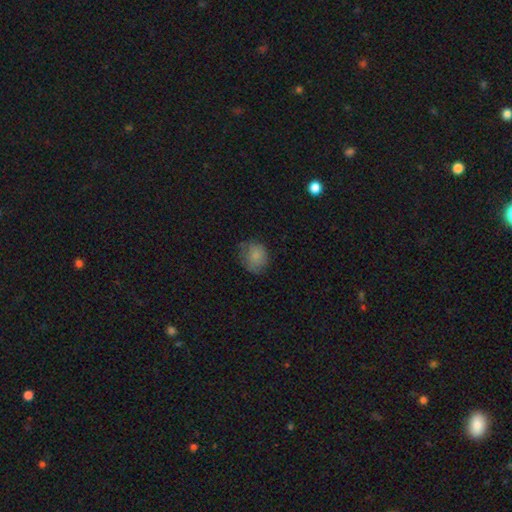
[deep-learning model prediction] Overall: smooth (77%). How rounded: round (70%). Merging: none (59%; minor disturbance 28%).